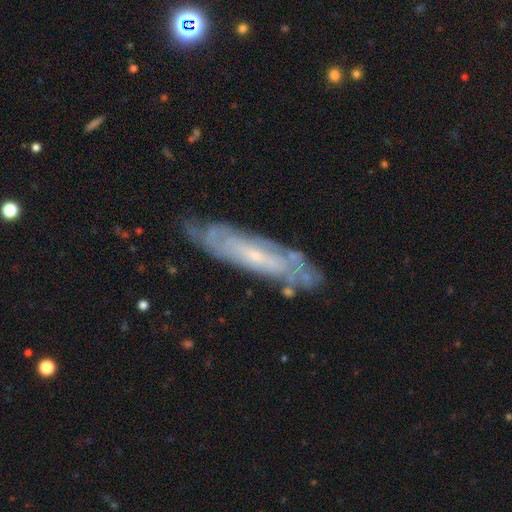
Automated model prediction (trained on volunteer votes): Overall: featured or disk (76%). Edge-on disk: no (70%). Bar: no (59%; weak 31%). Spiral arms: yes (86%). Bulge size: small (76%). Merging: none (75%).